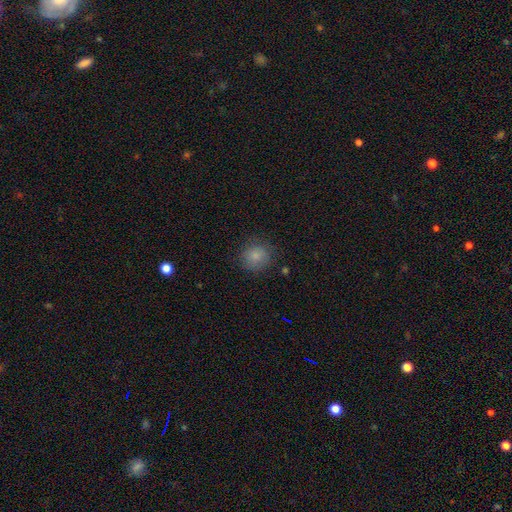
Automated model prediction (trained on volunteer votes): This is clearly a smooth galaxy (84%). How rounded: clearly round (86%). Merging: clearly none (82%).